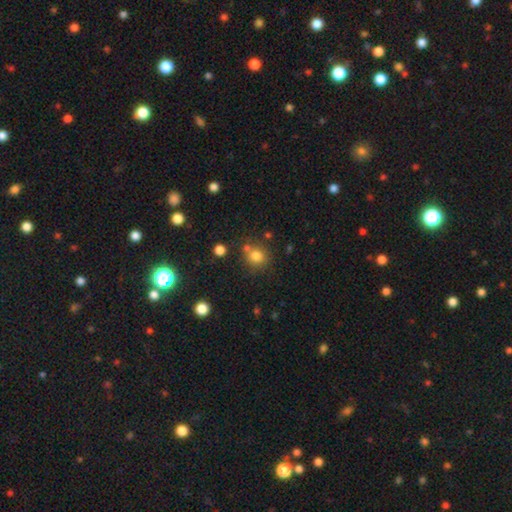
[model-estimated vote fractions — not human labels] Overall: smooth (80%). How rounded: round (88%). Merging: none (70%).